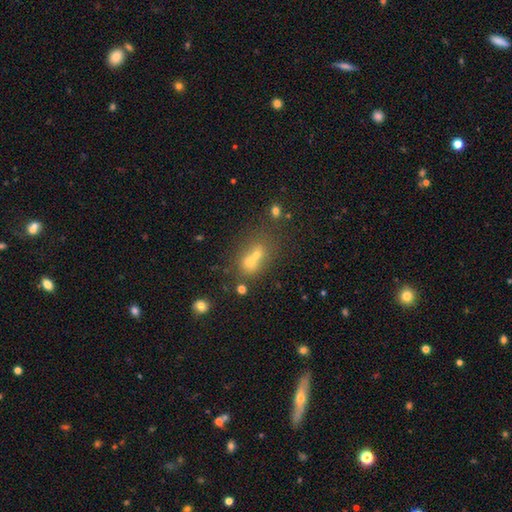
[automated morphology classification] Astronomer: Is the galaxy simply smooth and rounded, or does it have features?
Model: smooth — 54%.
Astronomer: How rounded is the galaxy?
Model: round — 48%, tied with in between at 48%.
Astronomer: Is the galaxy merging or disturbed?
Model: merger — 54% (runner-up: none, 32%).